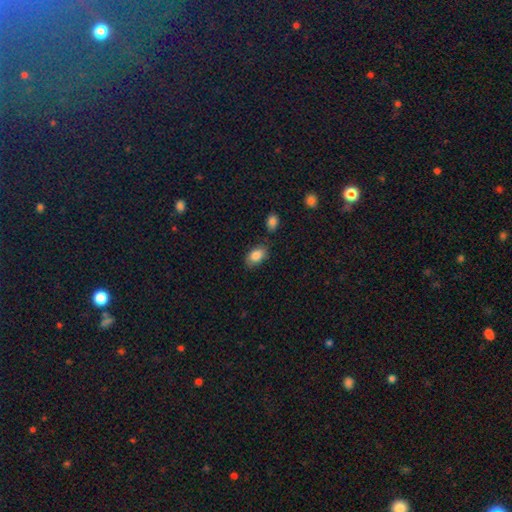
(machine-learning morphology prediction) This appears to be a smooth galaxy with no disk features (85%) that is in between round and cigar-shaped (89%). Merging: none (73%).